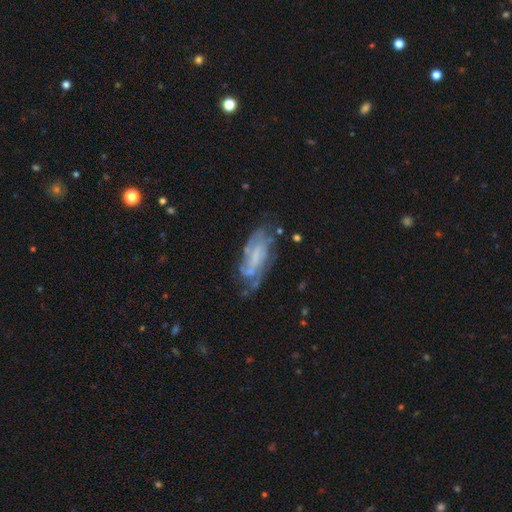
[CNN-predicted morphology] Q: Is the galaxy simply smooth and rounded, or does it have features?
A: featured or disk — 76%.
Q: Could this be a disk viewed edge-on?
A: no — 91%.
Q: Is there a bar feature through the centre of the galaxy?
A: no — 41%, tied with weak.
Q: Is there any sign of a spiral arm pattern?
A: yes — 90%.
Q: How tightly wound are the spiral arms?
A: tight — 49%.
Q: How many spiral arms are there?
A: can't tell — 36%.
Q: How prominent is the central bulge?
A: none — 42%.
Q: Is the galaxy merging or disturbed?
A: none — 63%.